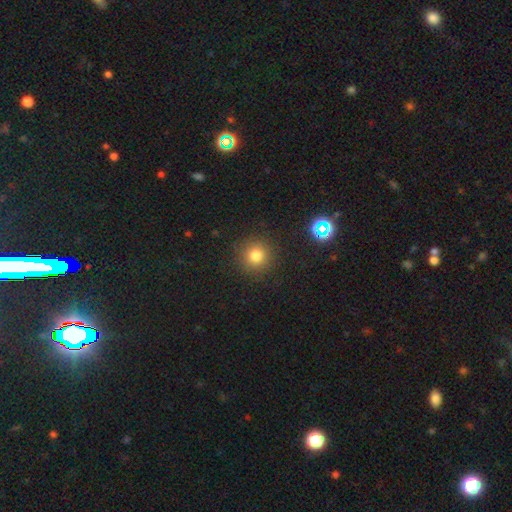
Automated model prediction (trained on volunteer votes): Overall: smooth (78%). How rounded: round (94%). Merging: none (90%).